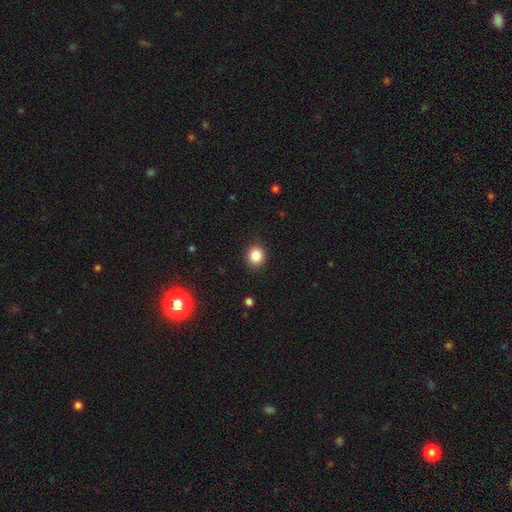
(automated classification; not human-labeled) smooth-or-featured: smooth: 85% | star or artifact: 11% | featured or disk: 4%
  how-rounded: round: 83% | in between: 17% | cigar-shaped: 1%
  merging: none: 90% | minor disturbance: 7% | major disturbance: 2% | merger: 1%